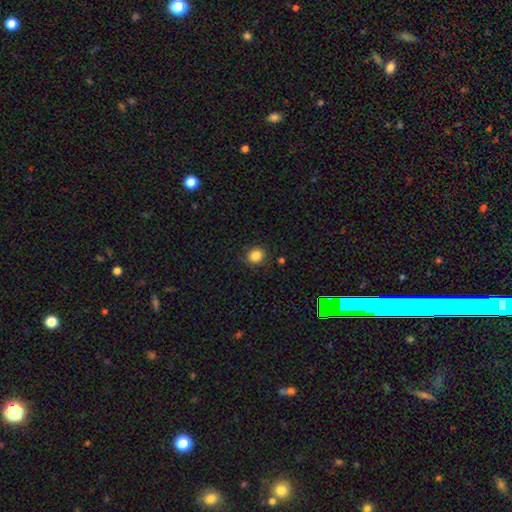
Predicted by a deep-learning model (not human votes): A smooth galaxy with no disk features (85%) that is round (88%). Merging: none (88%).